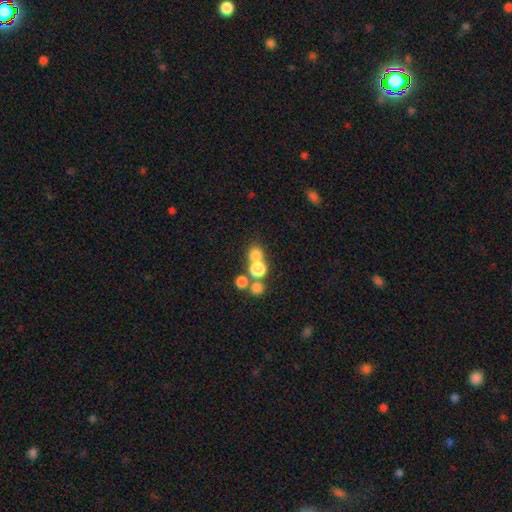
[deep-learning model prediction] smooth_or_featured: smooth (p=0.71) [alt: star or artifact p=0.19]
how_rounded: round (p=0.82) [alt: in between p=0.16]
merging: none (p=0.54) [alt: merger p=0.34]